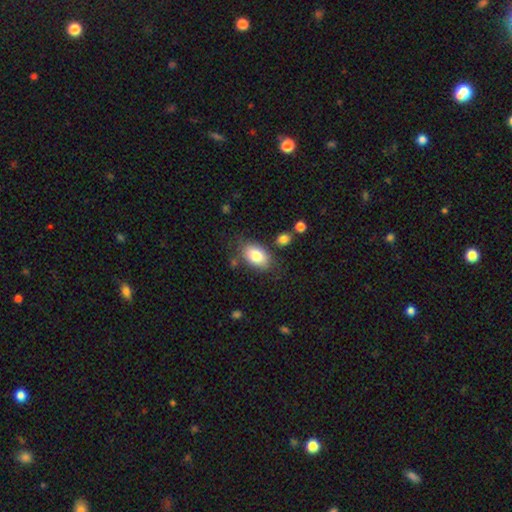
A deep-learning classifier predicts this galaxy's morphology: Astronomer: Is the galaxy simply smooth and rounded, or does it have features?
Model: smooth — 81%.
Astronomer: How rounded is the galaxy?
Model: in between — 88%.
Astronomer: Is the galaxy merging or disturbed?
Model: none — 74%.